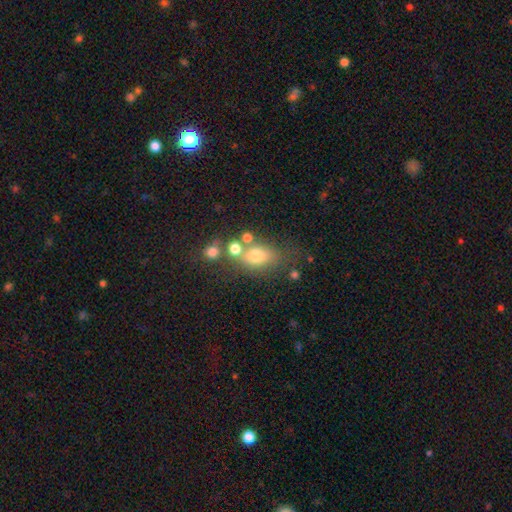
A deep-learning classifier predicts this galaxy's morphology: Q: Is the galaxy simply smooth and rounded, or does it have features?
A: smooth — 69%.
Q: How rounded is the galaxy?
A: in between — 66%.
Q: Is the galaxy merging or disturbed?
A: none — 51%.